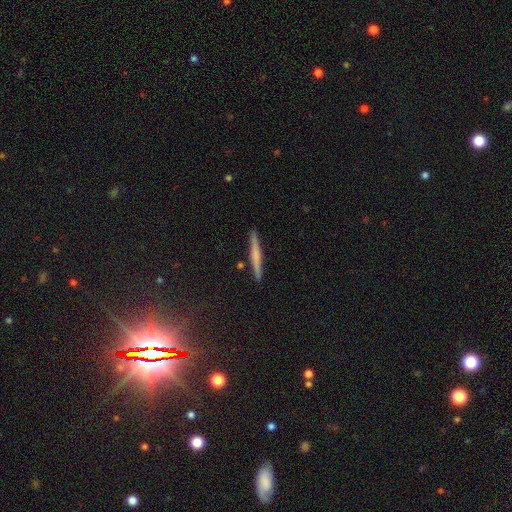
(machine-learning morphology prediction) This is possibly a smooth galaxy (47%). Merging: clearly none (90%).